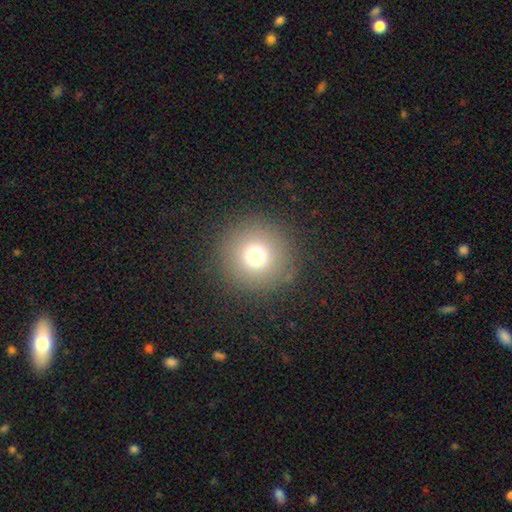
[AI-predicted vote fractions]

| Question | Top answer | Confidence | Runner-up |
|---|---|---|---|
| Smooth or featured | smooth | 72% | star or artifact (18%) |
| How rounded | round | 96% | in between (3%) |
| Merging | none | 89% | minor disturbance (6%) |